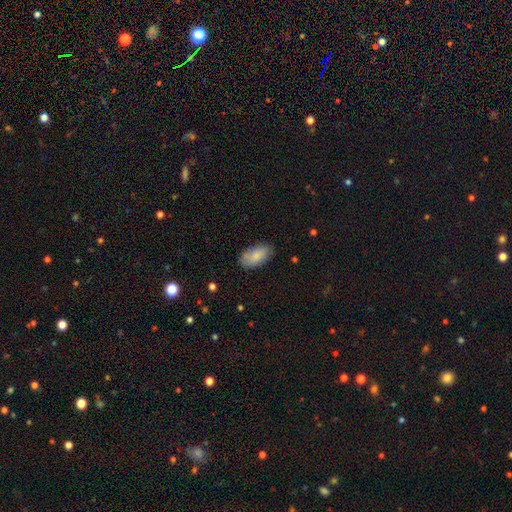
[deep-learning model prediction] A smooth galaxy with no disk features (82%) that is in between round and cigar-shaped (94%).

Vote fractions:
- Smooth or featured? smooth: 82% / featured or disk: 11% / star or artifact: 6%
- How rounded? in between: 94% / cigar-shaped: 4% / round: 3%
- Merging? none: 78% / minor disturbance: 17% / major disturbance: 3% / merger: 1%